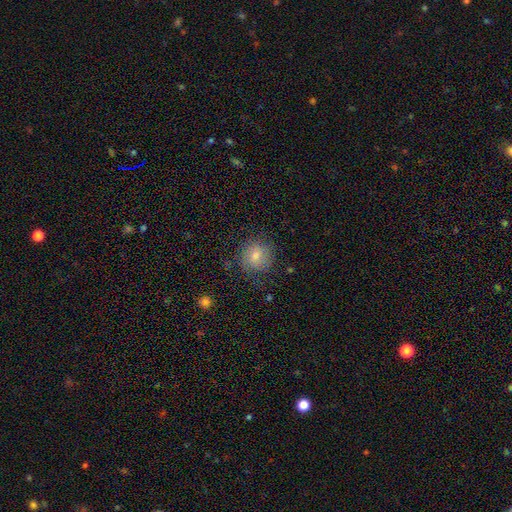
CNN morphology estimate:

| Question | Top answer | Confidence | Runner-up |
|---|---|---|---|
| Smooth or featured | smooth | 54% | featured or disk (34%) |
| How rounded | round | 87% | in between (12%) |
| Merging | none | 76% | minor disturbance (16%) |